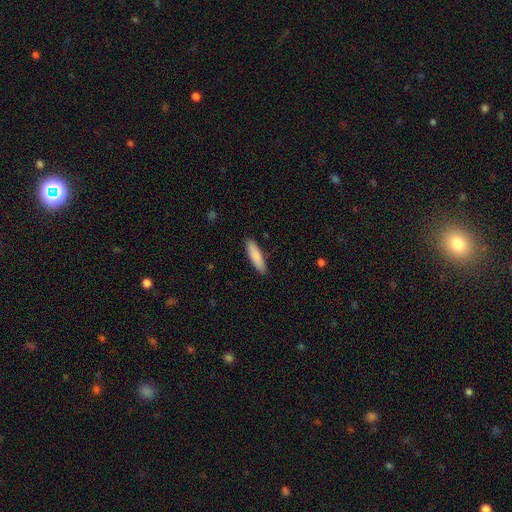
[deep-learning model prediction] smooth_or_featured: smooth (p=0.85) [alt: featured or disk p=0.09]
how_rounded: cigar-shaped (p=0.67) [alt: in between p=0.31]
merging: none (p=0.89) [alt: minor disturbance p=0.09]